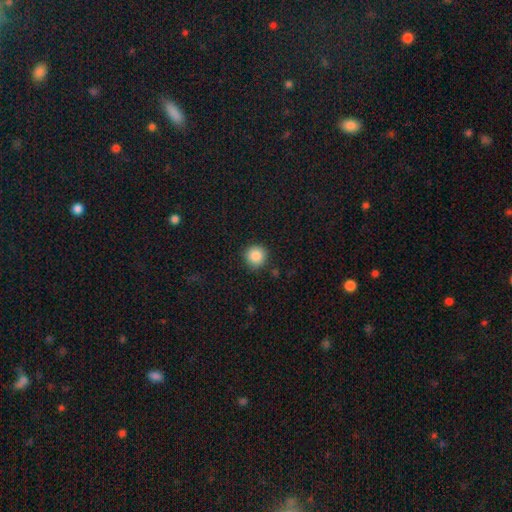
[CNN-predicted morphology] smooth 87%, star or artifact 9%, featured or disk 3%. Down the decision tree: how rounded — round (94%); merging — none (88%).